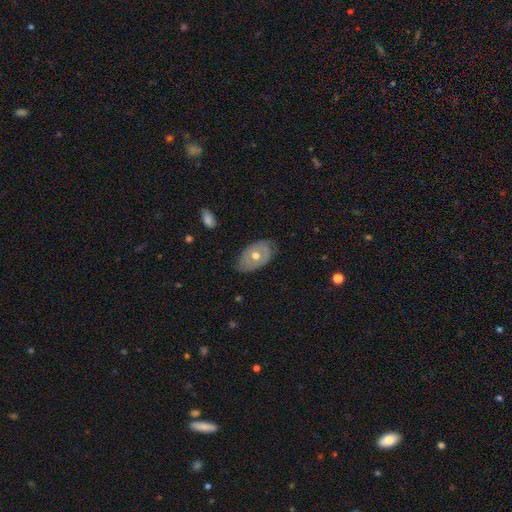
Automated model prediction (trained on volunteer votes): A featured or disk galaxy (52%). Merging: none (69%).